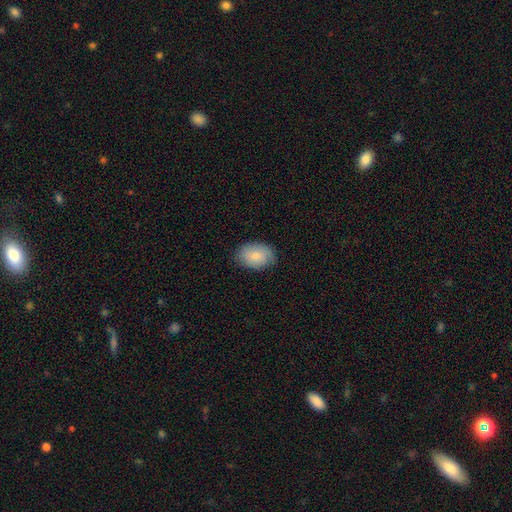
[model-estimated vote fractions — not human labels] This appears to be a smooth galaxy with no disk features (79%) that is in between round and cigar-shaped (82%). Merging: none (79%).